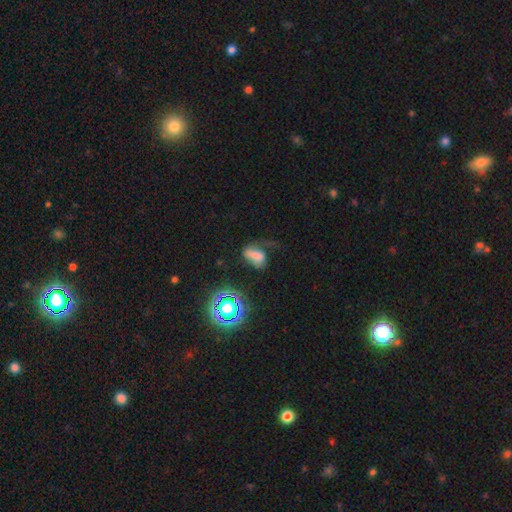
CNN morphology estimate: smooth-or-featured: smooth: 52% | featured or disk: 31% | star or artifact: 18%
  how-rounded: in between: 83% | round: 12% | cigar-shaped: 5%
  merging: major disturbance: 45% | none: 26% | minor disturbance: 20% | merger: 9%